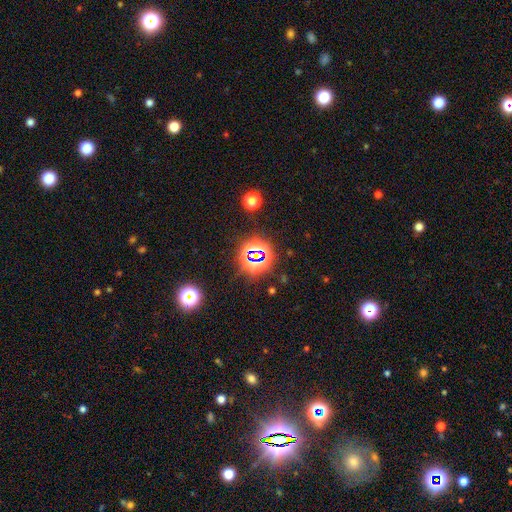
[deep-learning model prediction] smooth-or-featured: star or artifact: 74% | smooth: 17% | featured or disk: 10%